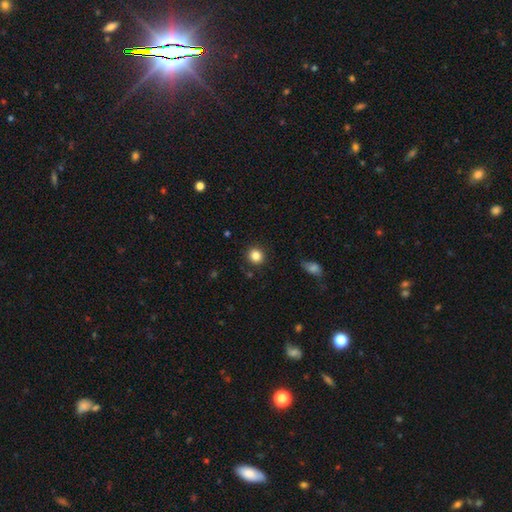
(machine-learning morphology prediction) This is clearly a smooth galaxy (85%). How rounded: clearly round (89%). Merging: clearly none (90%).